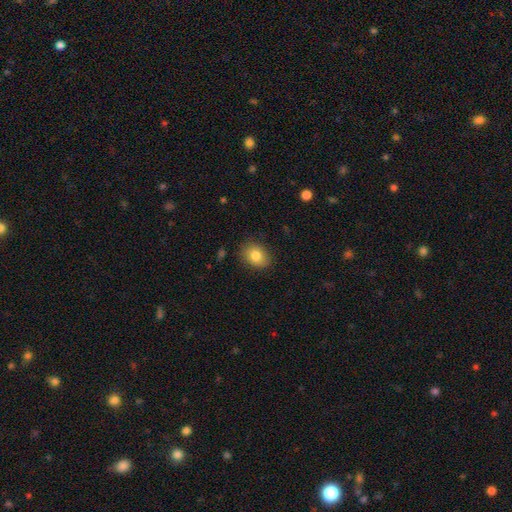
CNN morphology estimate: The model was most divided on "how rounded": in between: 56%, round: 43%, cigar-shaped: 1%. More confident: merging — none (85%); smooth or featured — smooth (83%).